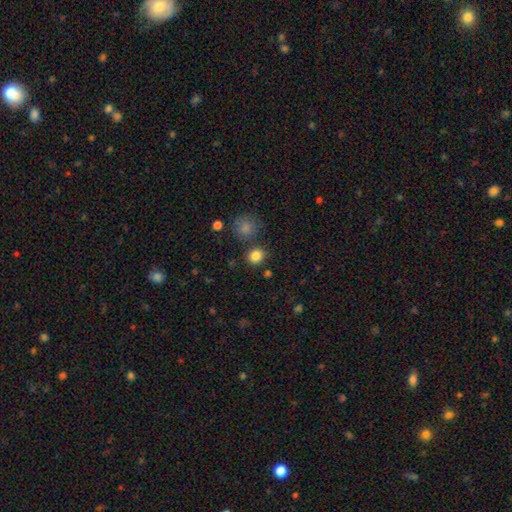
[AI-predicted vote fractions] The model was most divided on "how rounded": round: 83%, in between: 16%, cigar-shaped: 1%. More confident: smooth or featured — smooth (84%); merging — none (81%).